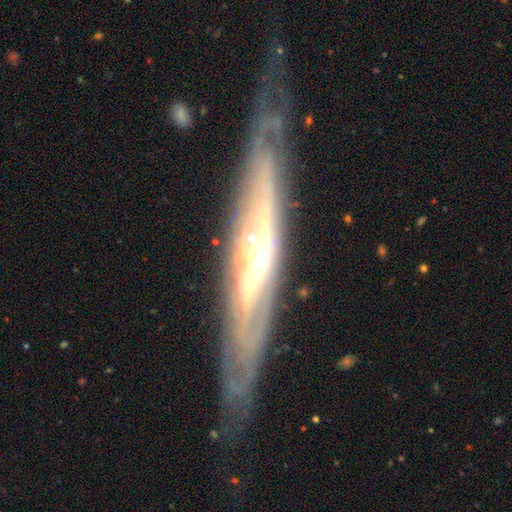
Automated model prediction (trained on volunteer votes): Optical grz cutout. It shows a featured or disk galaxy (84%) viewed edge-on (57%). Merging: none (75%).